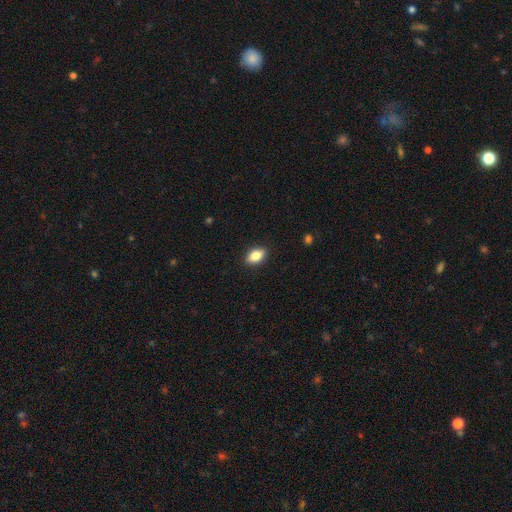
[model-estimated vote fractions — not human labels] Morphology: type=smooth (81%); roundness=in between (86%); merging=none (89%).